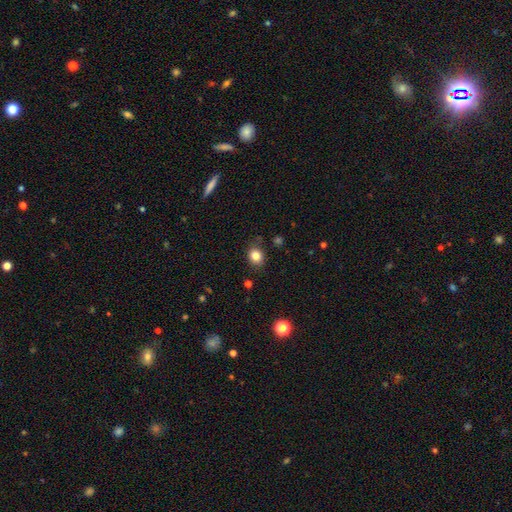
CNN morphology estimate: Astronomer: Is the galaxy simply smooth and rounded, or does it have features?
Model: smooth — 83%.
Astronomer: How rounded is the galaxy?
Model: round — 58% (runner-up: in between, 41%).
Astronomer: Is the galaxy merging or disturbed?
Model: none — 81%.